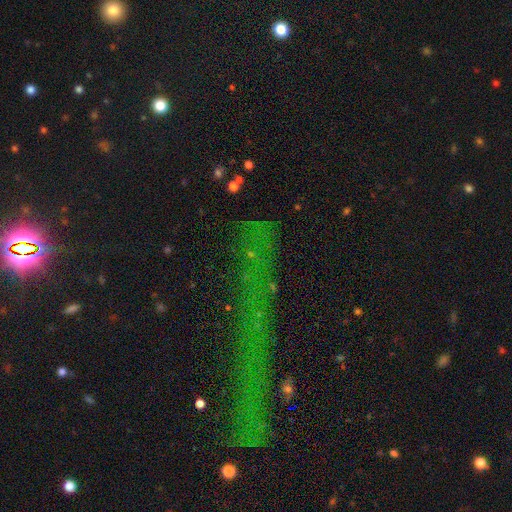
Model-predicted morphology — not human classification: smooth_or_featured: star or artifact (p=0.77) [alt: smooth p=0.13]